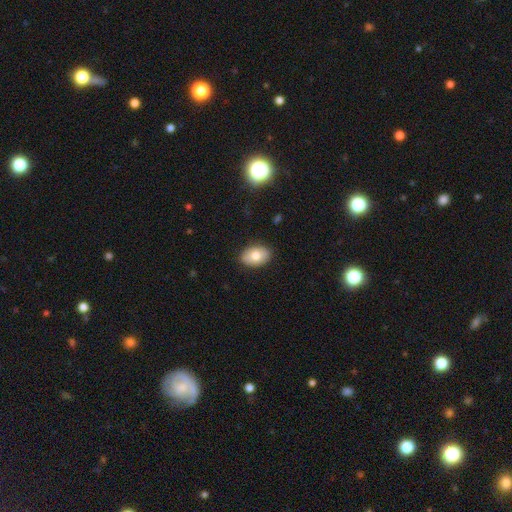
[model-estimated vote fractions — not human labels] smooth 77%, featured or disk 15%, star or artifact 7%. Down the decision tree: how rounded — in between (86%); merging — none (88%).